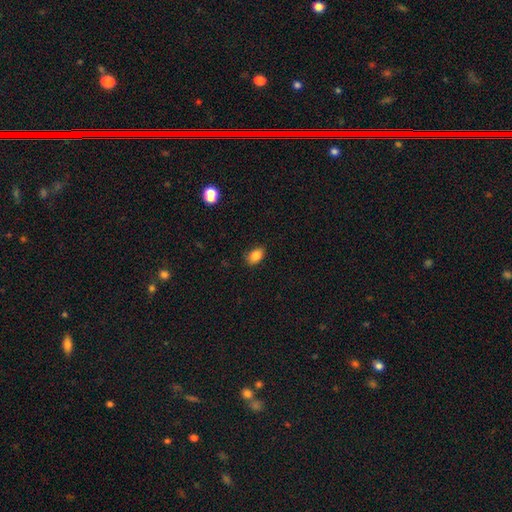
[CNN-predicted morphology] Smooth or featured: smooth — 84% (star or artifact — 9%)
How rounded: in between — 84% (round — 14%)
Merging: none — 85% (minor disturbance — 12%)